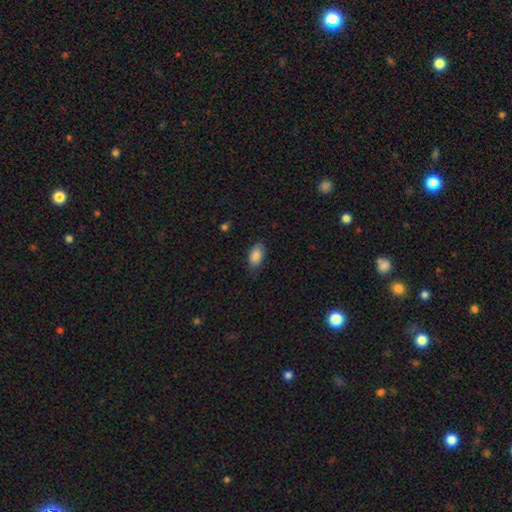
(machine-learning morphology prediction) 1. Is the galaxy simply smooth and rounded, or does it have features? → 87% smooth, 7% star or artifact, 5% featured or disk.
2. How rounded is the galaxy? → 92% in between, 4% cigar-shaped, 4% round.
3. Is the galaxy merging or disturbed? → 79% none, 16% minor disturbance, 3% major disturbance, 1% merger.